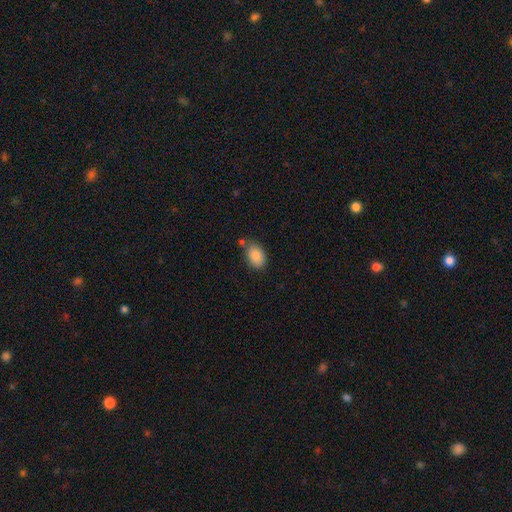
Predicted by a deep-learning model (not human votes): smooth-or-featured: smooth: 88% | star or artifact: 7% | featured or disk: 5%
  how-rounded: in between: 89% | round: 10% | cigar-shaped: 1%
  merging: none: 66% | minor disturbance: 21% | merger: 9% | major disturbance: 4%